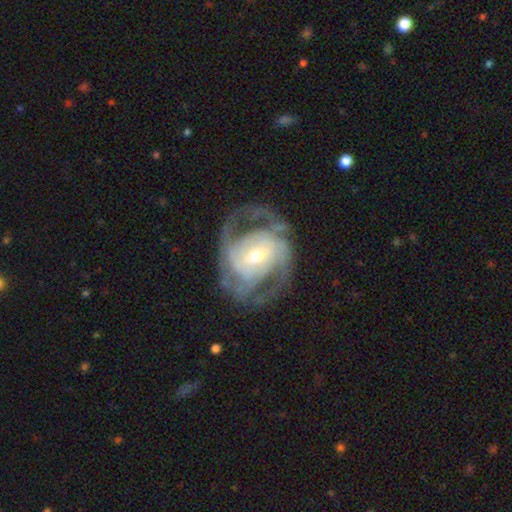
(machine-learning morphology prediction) This appears to be a featured or disk galaxy (88%) with a weak bar (44%), 2 (51%) medium (46%) spiral arms (94%) and a moderate central bulge (50%). Merging: none (65%).